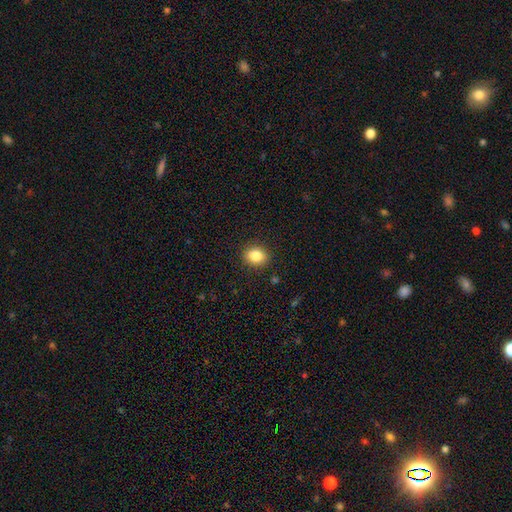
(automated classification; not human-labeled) A smooth galaxy with no disk features (84%) that is round (53%). Merging: none (89%).